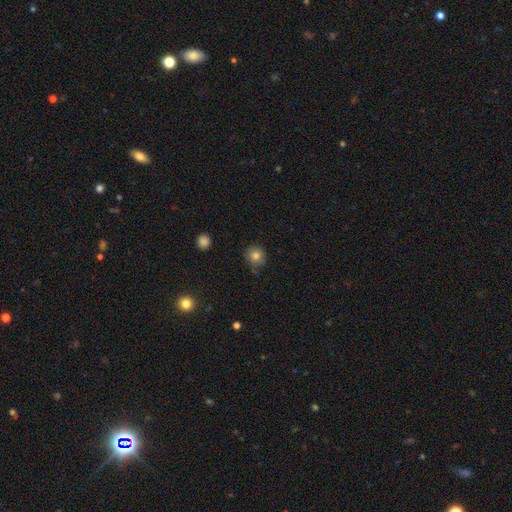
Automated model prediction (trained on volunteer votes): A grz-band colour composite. It shows a smooth galaxy with no disk features (80%) that is round (88%). Merging: none (73%).